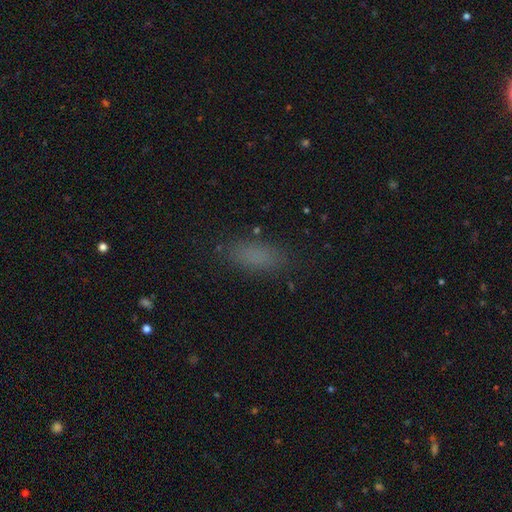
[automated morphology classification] A smooth galaxy with no disk features (80%) that is in between round and cigar-shaped (77%).

Vote fractions:
- Smooth or featured? smooth: 80% / star or artifact: 13% / featured or disk: 6%
- How rounded? in between: 77% / cigar-shaped: 20% / round: 4%
- Merging? none: 83% / minor disturbance: 12% / major disturbance: 4% / merger: 1%